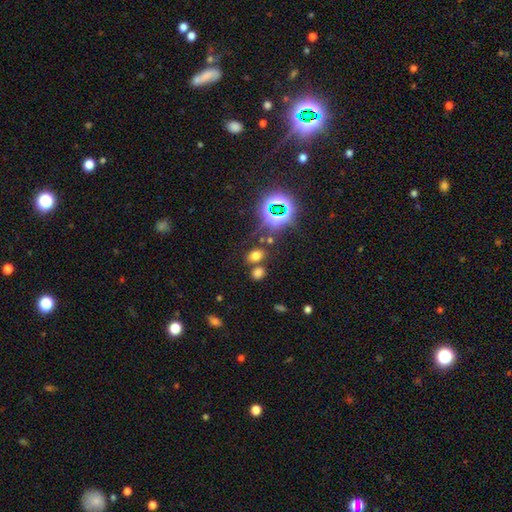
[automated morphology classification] Smooth or featured? smooth (63%)
How rounded? in between (74%)
Merging? none (70%)